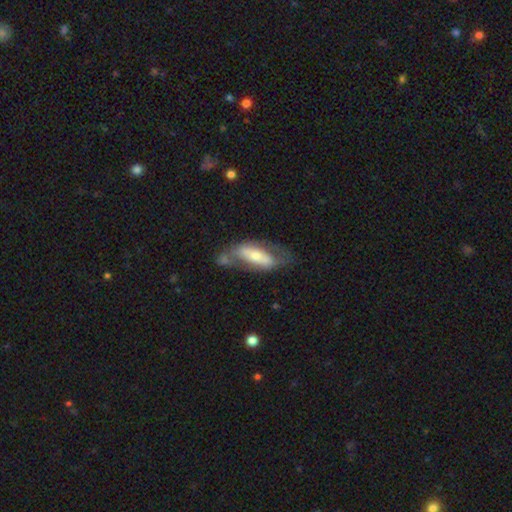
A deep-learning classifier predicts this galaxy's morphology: featured or disk 53%, smooth 41%, star or artifact 6%. Down the decision tree: edge-on disk — no (74%); merging — none (41%).